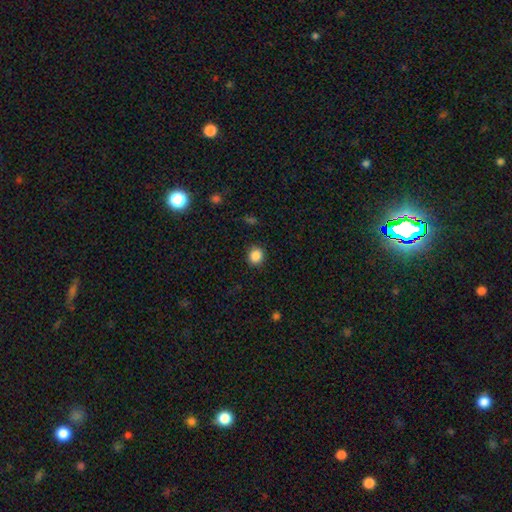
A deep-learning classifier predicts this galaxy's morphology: A smooth galaxy with no disk features (87%) that is round (84%). Merging: none (90%).